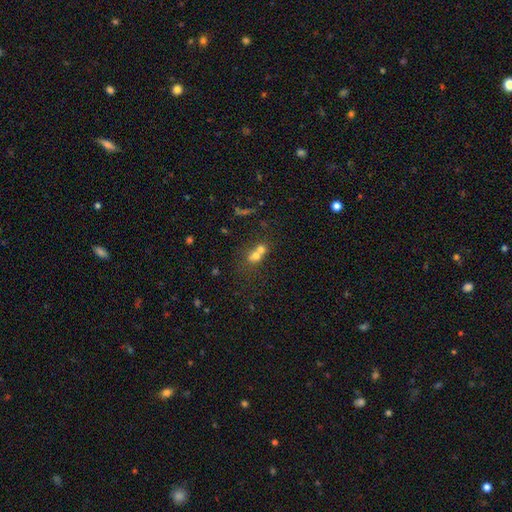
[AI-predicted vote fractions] The model was most divided on "how rounded": round: 64%, in between: 34%, cigar-shaped: 2%. More confident: merging — merger (66%); smooth or featured — smooth (64%).